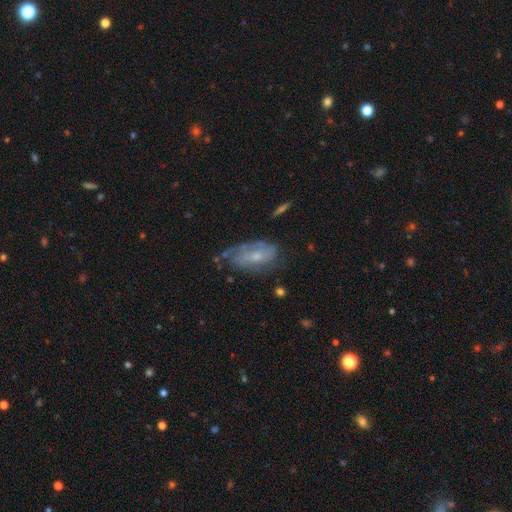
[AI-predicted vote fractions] The model was most divided on "merging": none: 50%, minor disturbance: 31%, major disturbance: 16%, merger: 3%. More confident: edge-on disk — no (92%); spiral arms — yes (71%); bar — no (65%); bulge size — small (61%); smooth or featured — featured or disk (58%).